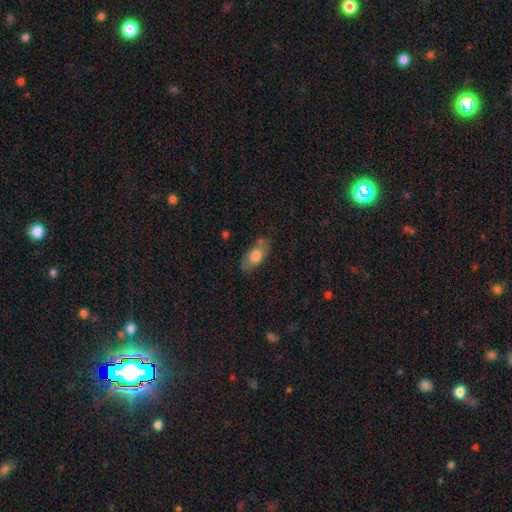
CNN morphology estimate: type=smooth (70%); roundness=in between (84%); merging=none (69%).